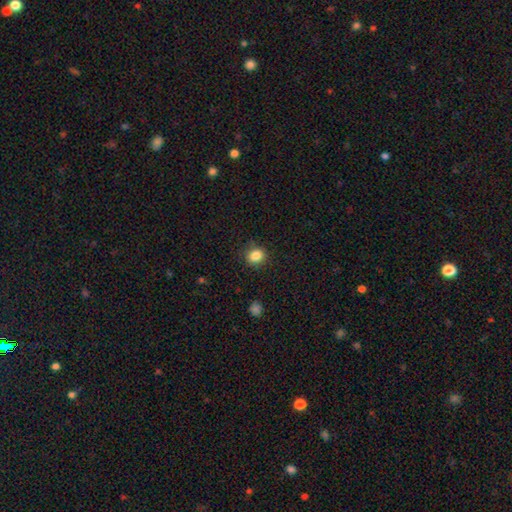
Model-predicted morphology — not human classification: A smooth galaxy with no disk features (85%) that is round (68%).

Vote fractions:
- Smooth or featured? smooth: 85% / star or artifact: 11% / featured or disk: 5%
- How rounded? round: 68% / in between: 31% / cigar-shaped: 1%
- Merging? none: 86% / minor disturbance: 10% / major disturbance: 3% / merger: 1%